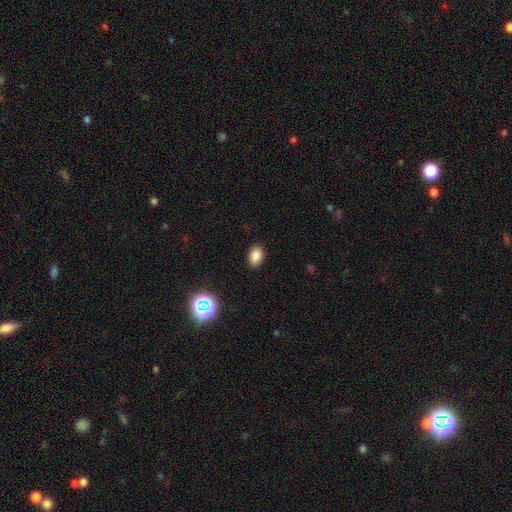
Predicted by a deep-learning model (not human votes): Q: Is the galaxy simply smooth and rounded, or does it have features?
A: smooth — 83%.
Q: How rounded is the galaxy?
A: in between — 85%.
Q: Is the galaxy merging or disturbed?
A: none — 89%.